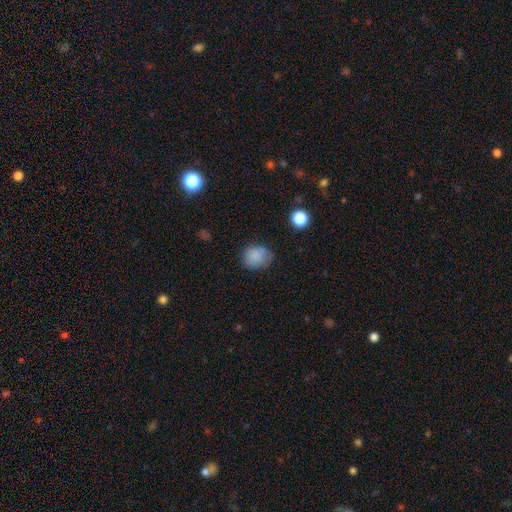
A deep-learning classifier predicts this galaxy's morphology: smooth_or_featured: smooth (p=0.84) [alt: star or artifact p=0.10]
how_rounded: round (p=0.69) [alt: in between p=0.30]
merging: none (p=0.70) [alt: minor disturbance p=0.22]